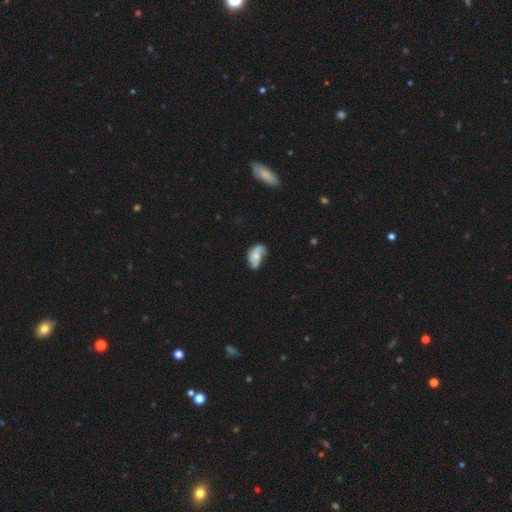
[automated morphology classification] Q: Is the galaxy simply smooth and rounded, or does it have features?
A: featured or disk — 55%.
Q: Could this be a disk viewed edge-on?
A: no — 96%.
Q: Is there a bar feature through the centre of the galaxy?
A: no — 70%.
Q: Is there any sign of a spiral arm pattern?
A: yes — 76%.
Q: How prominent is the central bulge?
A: moderate — 40%.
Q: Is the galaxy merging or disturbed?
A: none — 40%.